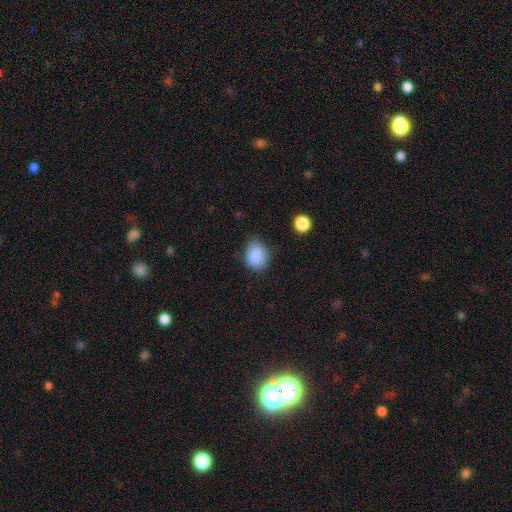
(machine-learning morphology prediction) Q: Smooth or featured?
A: smooth (87%); runner-up: star or artifact (9%)
Q: How rounded?
A: in between (58%); runner-up: round (41%)
Q: Merging?
A: none (66%); runner-up: minor disturbance (26%)